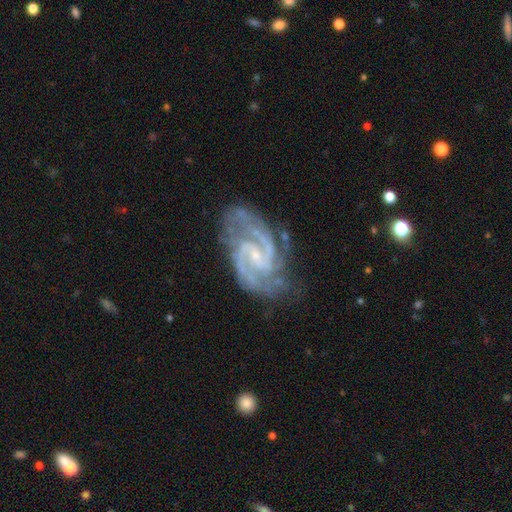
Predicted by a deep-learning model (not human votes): This appears to be a featured or disk galaxy (93%) with a weak bar (50%), 2 (77%) medium (55%) spiral arms (99%) and a small central bulge (78%). Merging: none (70%).